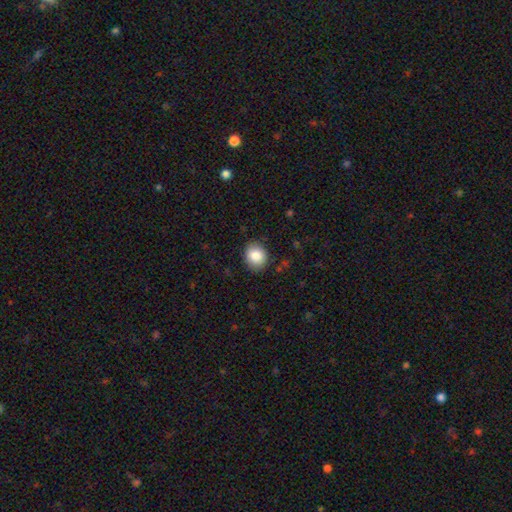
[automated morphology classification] Smooth or featured?
  - smooth: 86% *
  - star or artifact: 8%
  - featured or disk: 6%
How rounded?
  - round: 69% *
  - in between: 30%
  - cigar-shaped: 1%
Merging?
  - none: 86% *
  - minor disturbance: 10%
  - major disturbance: 2%
  - merger: 1%